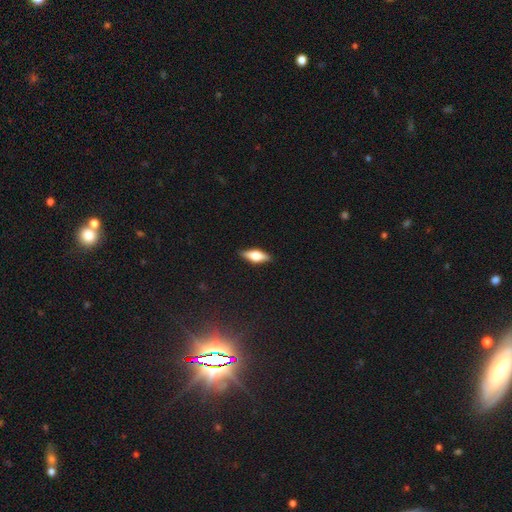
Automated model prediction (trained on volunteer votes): Q: Smooth or featured?
A: smooth (49%); runner-up: featured or disk (44%)
Q: Merging?
A: none (88%); runner-up: minor disturbance (9%)